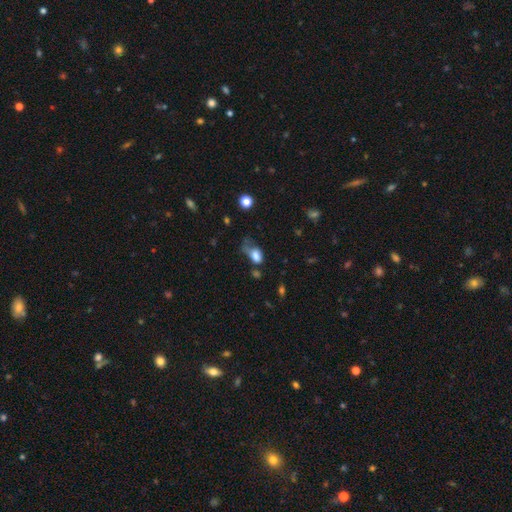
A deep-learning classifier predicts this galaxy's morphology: smooth-or-featured: smooth: 75% | featured or disk: 14% | star or artifact: 11%
  how-rounded: in between: 80% | round: 18% | cigar-shaped: 2%
  merging: major disturbance: 40% | minor disturbance: 28% | none: 23% | merger: 9%